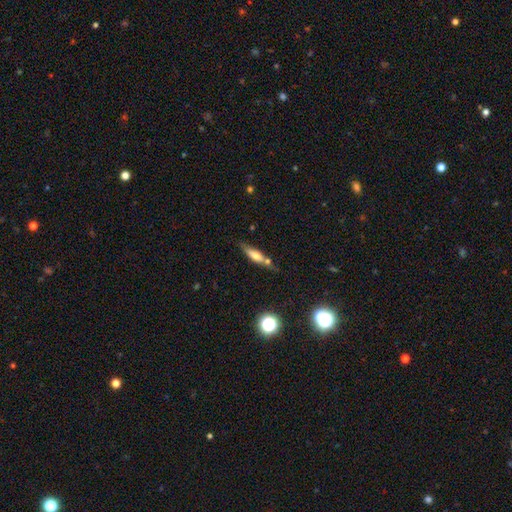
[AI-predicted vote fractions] Smooth or featured? smooth (47%)
Merging? none (60%)